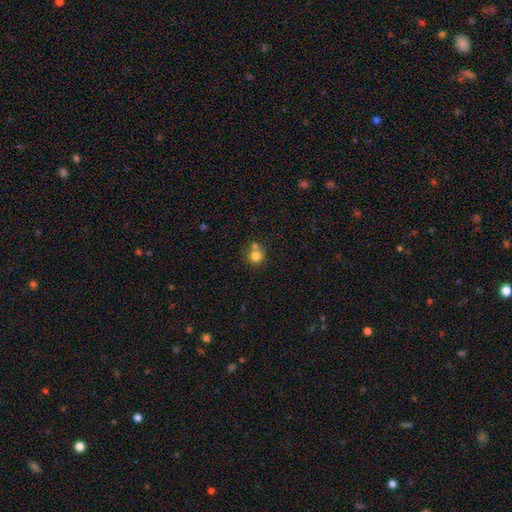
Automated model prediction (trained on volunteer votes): Smooth or featured: smooth — 78% (star or artifact — 11%)
How rounded: round — 89% (in between — 10%)
Merging: none — 52% (merger — 35%)